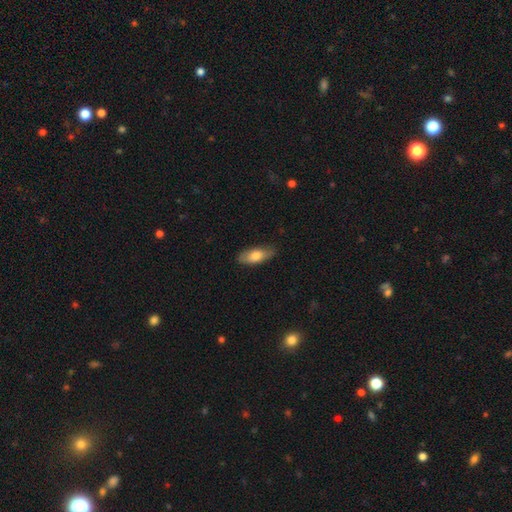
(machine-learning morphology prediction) This is likely a smooth galaxy (72%). How rounded: likely in between (79%). Merging: clearly none (81%).